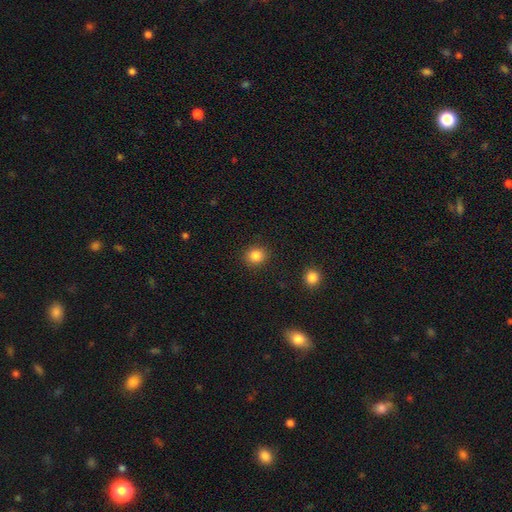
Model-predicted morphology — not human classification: This appears to be a smooth galaxy with no disk features (85%) that is round (86%). Merging: none (90%).